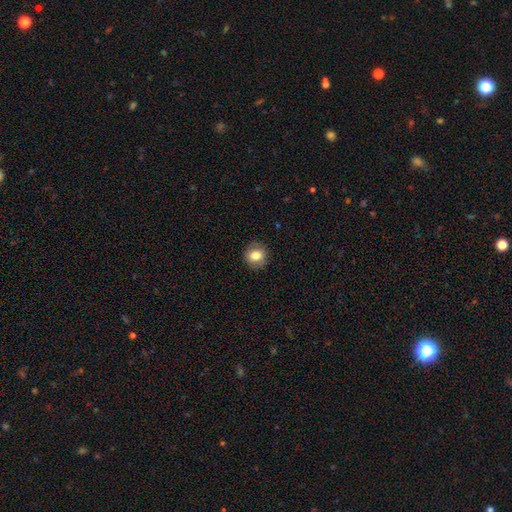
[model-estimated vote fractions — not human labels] Q: Smooth or featured?
A: smooth (81%); runner-up: featured or disk (10%)
Q: How rounded?
A: round (82%); runner-up: in between (17%)
Q: Merging?
A: none (87%); runner-up: minor disturbance (9%)